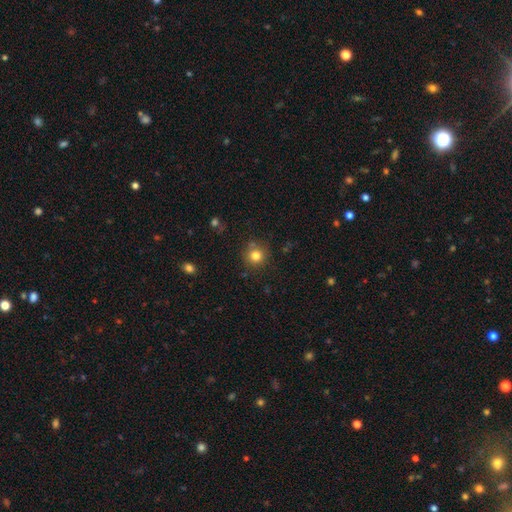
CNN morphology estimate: Overall: smooth (81%). How rounded: round (93%). Merging: none (82%).